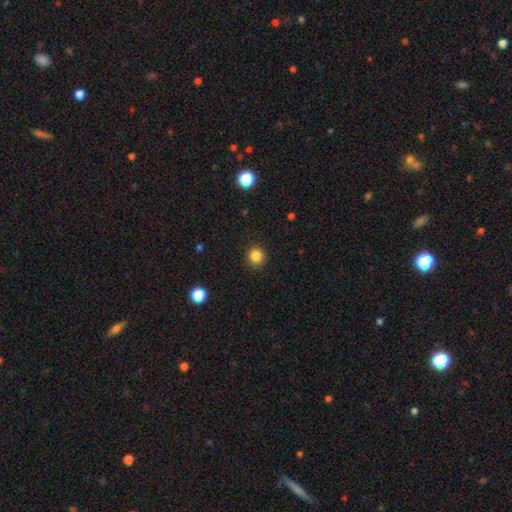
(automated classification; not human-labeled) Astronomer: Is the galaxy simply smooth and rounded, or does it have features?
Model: smooth — 84%.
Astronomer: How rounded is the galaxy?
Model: round — 92%.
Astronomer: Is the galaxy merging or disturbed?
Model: none — 91%.